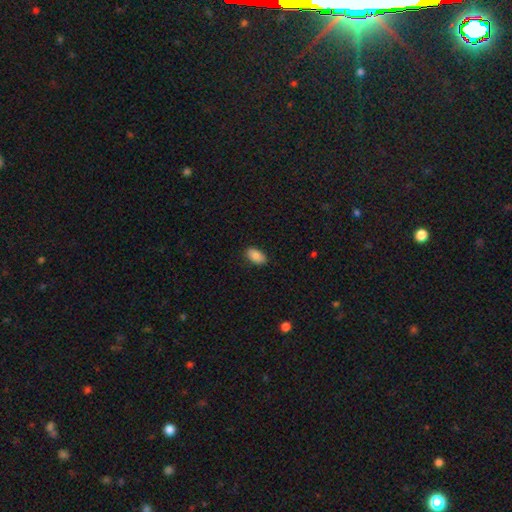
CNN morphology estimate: smooth-or-featured: smooth: 86% | star or artifact: 7% | featured or disk: 7%
  how-rounded: in between: 93% | round: 5% | cigar-shaped: 2%
  merging: none: 86% | minor disturbance: 11% | major disturbance: 2% | merger: 1%